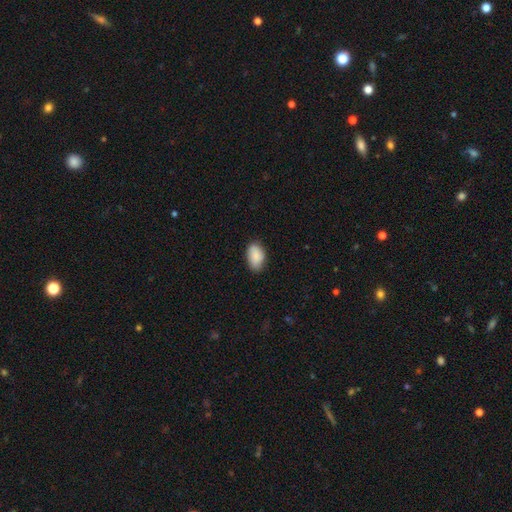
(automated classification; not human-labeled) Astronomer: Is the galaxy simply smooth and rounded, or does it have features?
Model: smooth — 86%.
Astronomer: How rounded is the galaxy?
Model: in between — 91%.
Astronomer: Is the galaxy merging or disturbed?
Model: none — 79%.